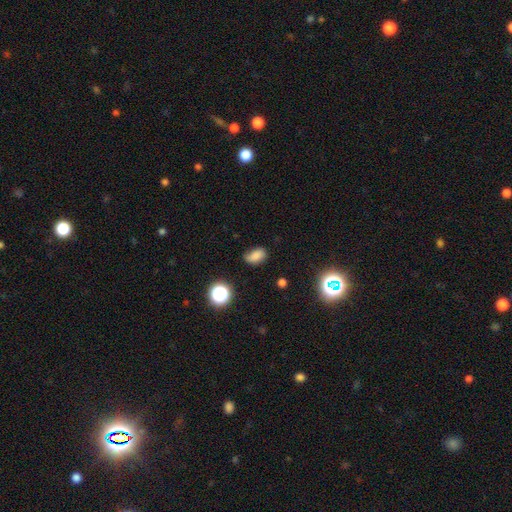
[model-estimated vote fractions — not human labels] smooth_or_featured: smooth (p=0.78) [alt: star or artifact p=0.14]
how_rounded: in between (p=0.84) [alt: round p=0.14]
merging: none (p=0.67) [alt: minor disturbance p=0.25]